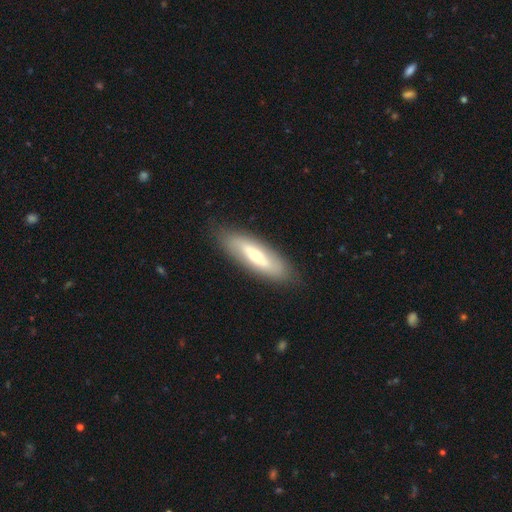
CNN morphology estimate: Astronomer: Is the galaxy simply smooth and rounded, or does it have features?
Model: smooth — 48% (runner-up: featured or disk, 46%).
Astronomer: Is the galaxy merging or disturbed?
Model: none — 85%.